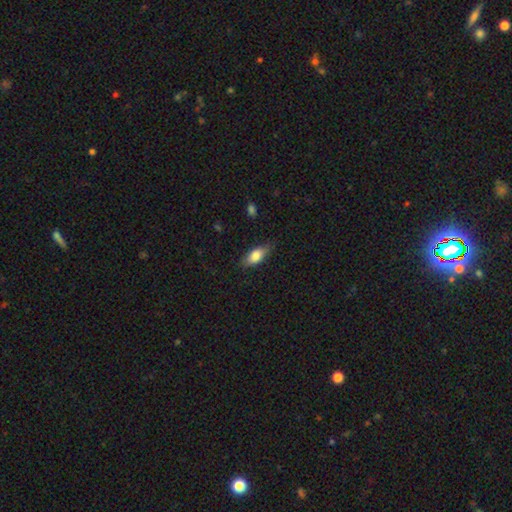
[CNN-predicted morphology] smooth_or_featured: smooth (p=0.78) [alt: featured or disk p=0.15]
how_rounded: in between (p=0.80) [alt: cigar-shaped p=0.16]
merging: none (p=0.76) [alt: minor disturbance p=0.19]